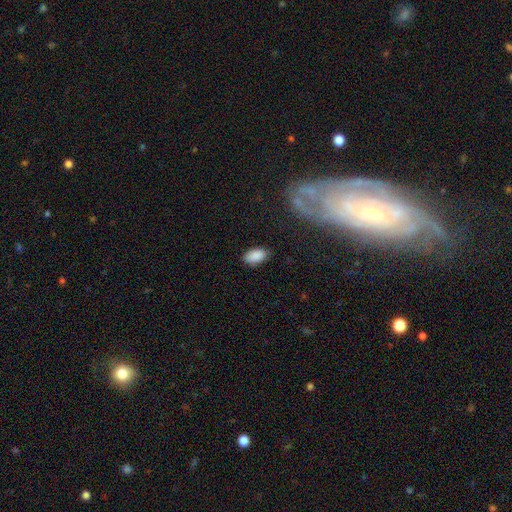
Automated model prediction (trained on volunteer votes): A smooth galaxy with no disk features (89%) that is in between round and cigar-shaped (94%). Merging: none (84%).